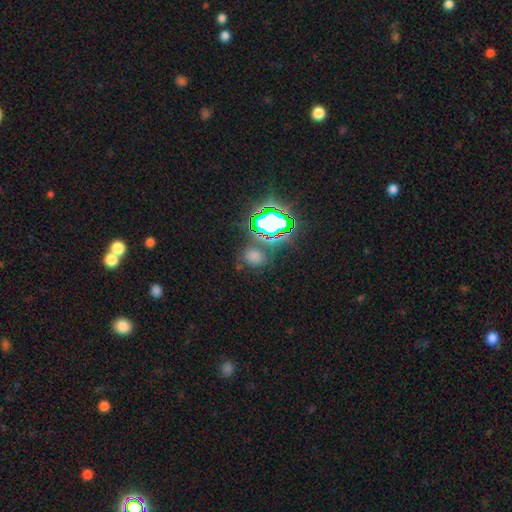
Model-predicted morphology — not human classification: Smooth or featured? Predicted: star or artifact (p=0.49).